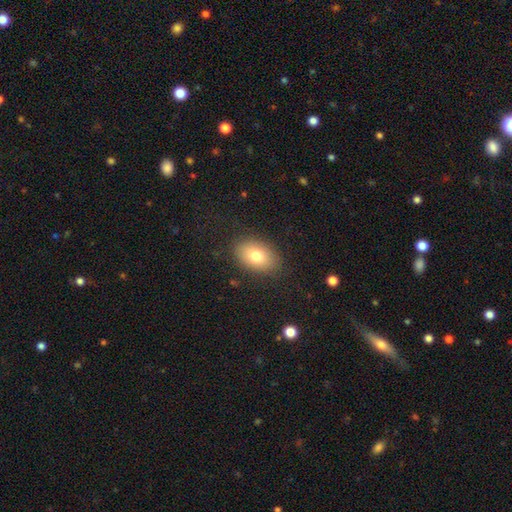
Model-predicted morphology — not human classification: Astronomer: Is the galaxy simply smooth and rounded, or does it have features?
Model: smooth — 77%.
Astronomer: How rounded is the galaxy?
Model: in between — 84%.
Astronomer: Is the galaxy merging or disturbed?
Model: none — 85%.